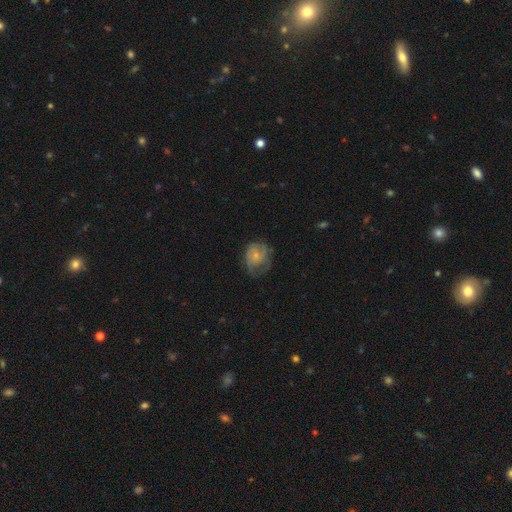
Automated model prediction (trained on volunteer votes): smooth_or_featured: featured or disk (p=0.51) [alt: smooth p=0.41]
disk_edge_on: no (p=0.98) [alt: yes p=0.02]
merging: none (p=0.49) [alt: minor disturbance p=0.29]